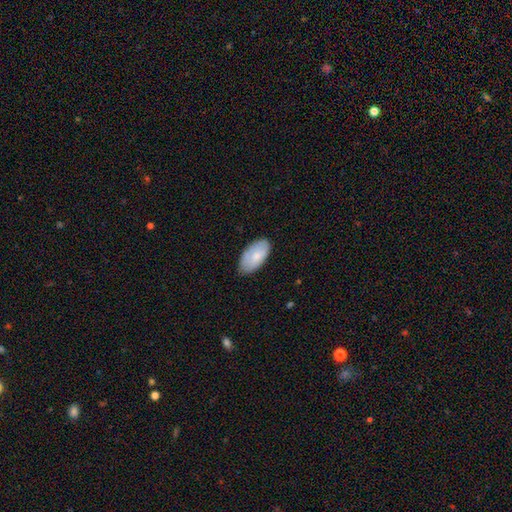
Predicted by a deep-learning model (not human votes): Smooth or featured?
  - smooth: 75% *
  - featured or disk: 19%
  - star or artifact: 6%
How rounded?
  - in between: 95% *
  - round: 3%
  - cigar-shaped: 2%
Merging?
  - none: 78% *
  - minor disturbance: 18%
  - major disturbance: 3%
  - merger: 1%